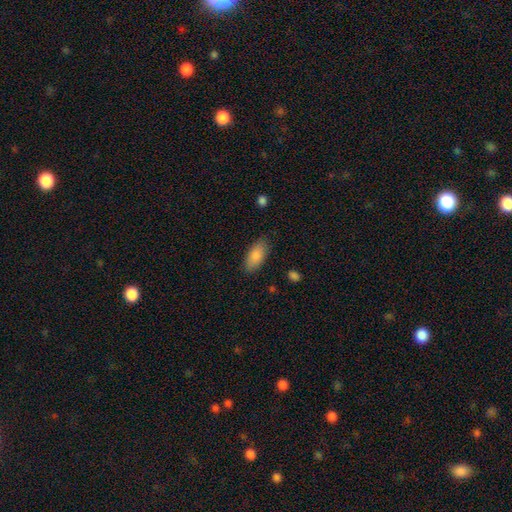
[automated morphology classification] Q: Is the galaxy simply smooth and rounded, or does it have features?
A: smooth — 86%.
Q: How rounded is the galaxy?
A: in between — 90%.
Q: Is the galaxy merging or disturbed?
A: none — 84%.